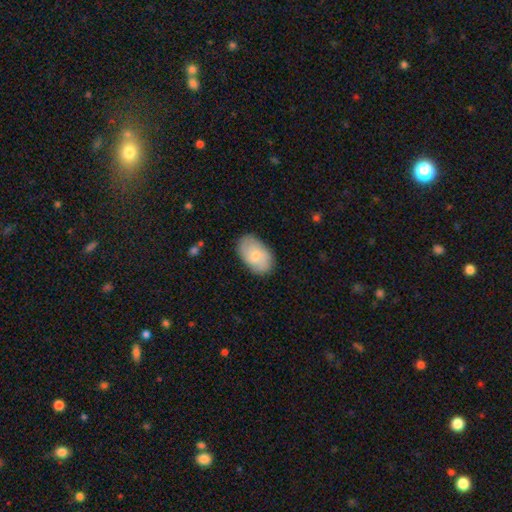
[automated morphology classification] smooth-or-featured: smooth: 55% | featured or disk: 39% | star or artifact: 6%
  how-rounded: in between: 91% | round: 8% | cigar-shaped: 1%
  merging: none: 80% | minor disturbance: 16% | major disturbance: 3% | merger: 1%